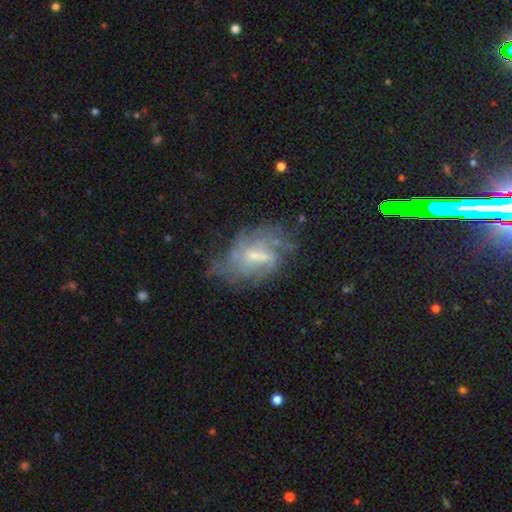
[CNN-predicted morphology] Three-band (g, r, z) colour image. It shows a featured or disk galaxy (76%) with a weak bar (56%), medium (40%) spiral arms (82%) and a small central bulge (48%). Merging: none (50%).